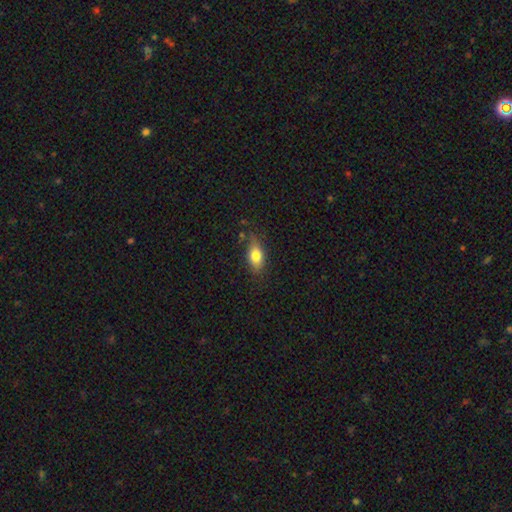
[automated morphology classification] A smooth galaxy with no disk features (79%) that is in between round and cigar-shaped (85%). Merging: none (68%).